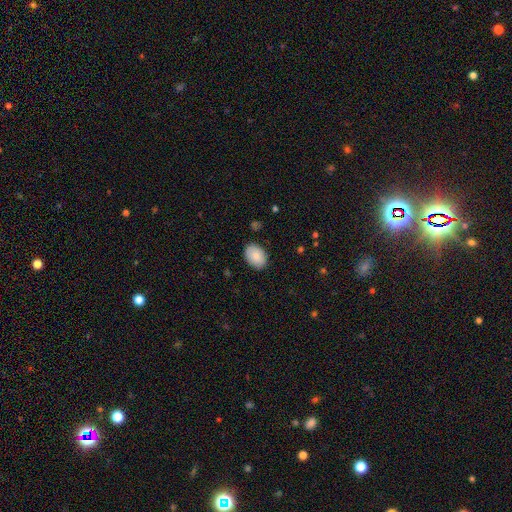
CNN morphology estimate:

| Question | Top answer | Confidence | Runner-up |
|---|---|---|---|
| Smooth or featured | smooth | 87% | featured or disk (7%) |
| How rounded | in between | 80% | round (19%) |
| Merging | none | 86% | minor disturbance (11%) |